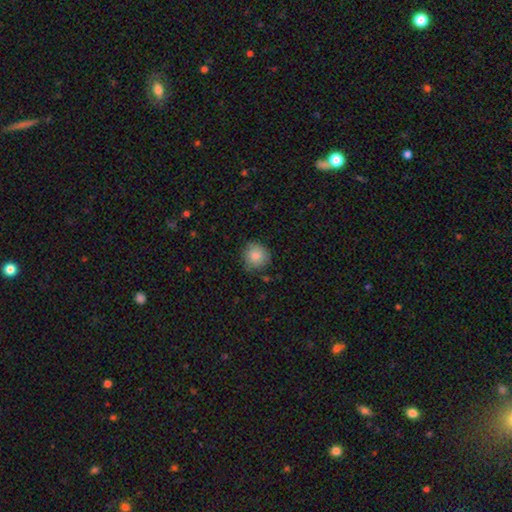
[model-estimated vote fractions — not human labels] Q: Smooth or featured?
A: smooth (85%); runner-up: star or artifact (8%)
Q: How rounded?
A: round (91%); runner-up: in between (8%)
Q: Merging?
A: none (78%); runner-up: minor disturbance (17%)